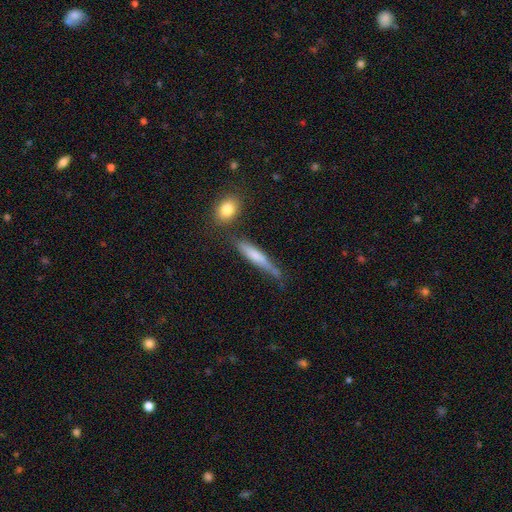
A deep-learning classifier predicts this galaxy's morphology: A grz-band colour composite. It shows a smooth galaxy with no disk features (59%) that is cigar-shaped (87%). Merging: none (57%).